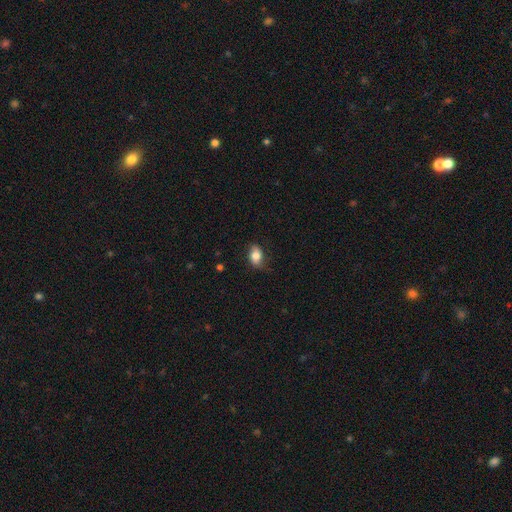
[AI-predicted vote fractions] smooth 78%, featured or disk 14%, star or artifact 8%. Down the decision tree: how rounded — in between (83%); merging — none (73%).